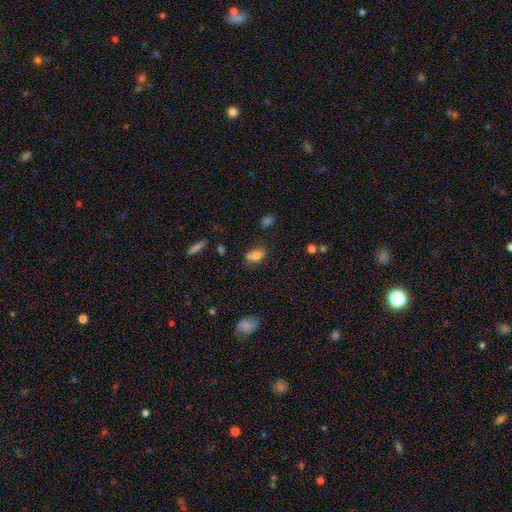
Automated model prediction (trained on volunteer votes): A smooth galaxy with no disk features (76%) that is in between round and cigar-shaped (80%).

Vote fractions:
- Smooth or featured? smooth: 76% / featured or disk: 13% / star or artifact: 11%
- How rounded? in between: 80% / round: 17% / cigar-shaped: 3%
- Merging? none: 55% / minor disturbance: 21% / merger: 19% / major disturbance: 6%